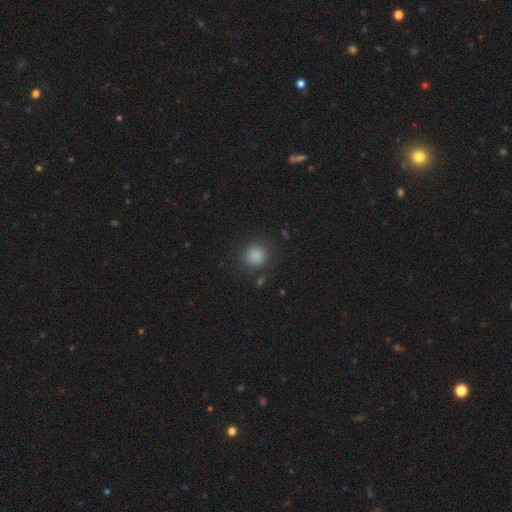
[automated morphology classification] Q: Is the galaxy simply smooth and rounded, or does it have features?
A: smooth — 86%.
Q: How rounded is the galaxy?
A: round — 90%.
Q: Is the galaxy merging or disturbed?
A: none — 85%.